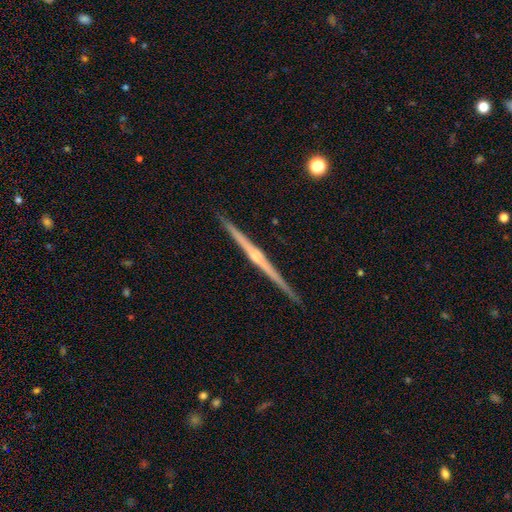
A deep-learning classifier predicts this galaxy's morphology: The model was most divided on "edge-on bulge": rounded: 74%, none: 19%, boxy: 7%. More confident: edge-on disk — yes (99%); merging — none (92%); smooth or featured — featured or disk (84%).